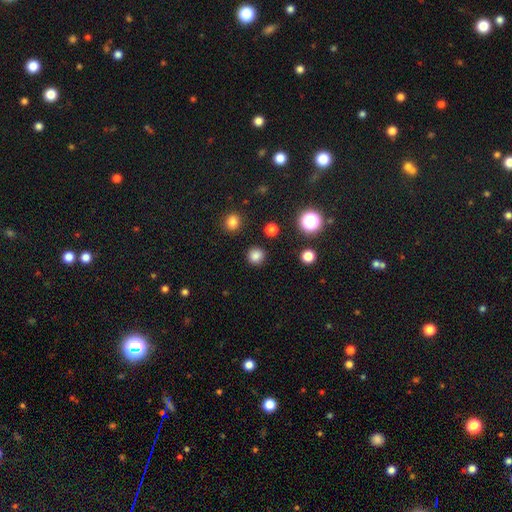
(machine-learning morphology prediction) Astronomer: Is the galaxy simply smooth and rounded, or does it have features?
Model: smooth — 82%.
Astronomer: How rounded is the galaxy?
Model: round — 93%.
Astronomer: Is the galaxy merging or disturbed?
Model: none — 90%.